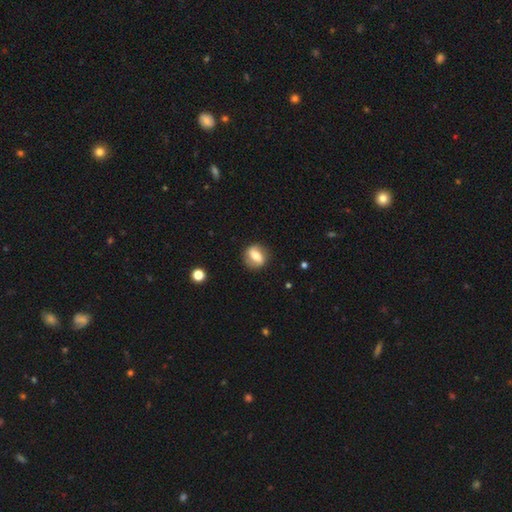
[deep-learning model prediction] Smooth or featured? featured or disk (46%, tied with smooth)
Merging? none (84%)